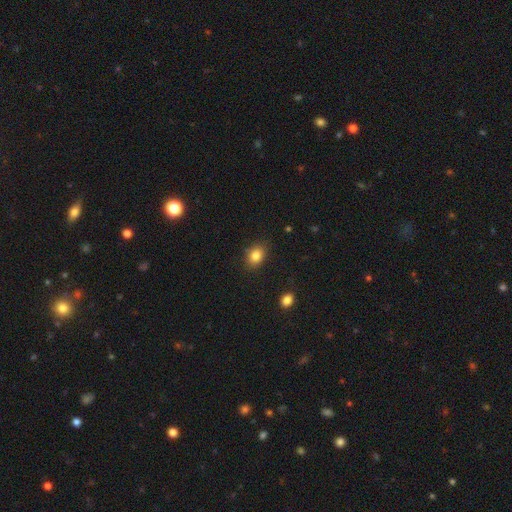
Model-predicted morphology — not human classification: smooth-or-featured: smooth: 84% | star or artifact: 10% | featured or disk: 6%
  how-rounded: in between: 64% | round: 35% | cigar-shaped: 1%
  merging: none: 84% | minor disturbance: 12% | major disturbance: 3% | merger: 1%